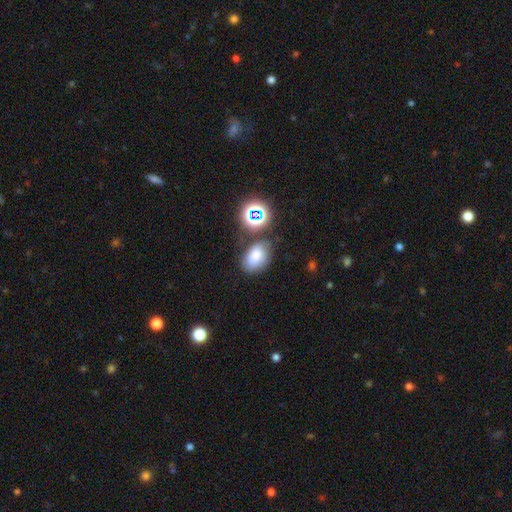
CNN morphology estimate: Smooth or featured: smooth — 71% (star or artifact — 18%)
How rounded: in between — 78% (round — 20%)
Merging: none — 64% (minor disturbance — 20%)